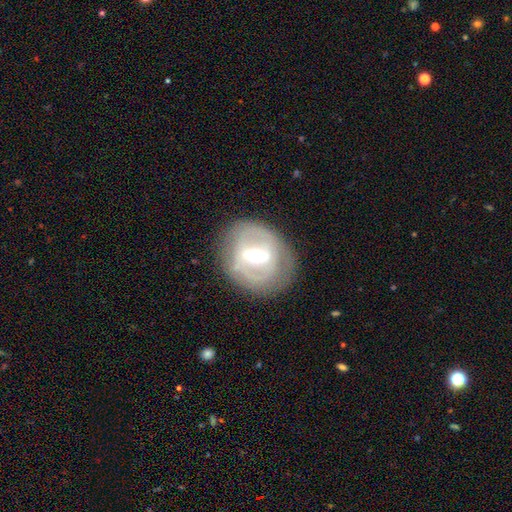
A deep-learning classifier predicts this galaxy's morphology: This is likely a featured or disk galaxy (70%). It is clearly not viewed edge-on (93%). Bar: marginally strong (44%). Spiral arm pattern: possibly no (54%). Central bulge: likely moderate (68%). Merging: likely none (73%).